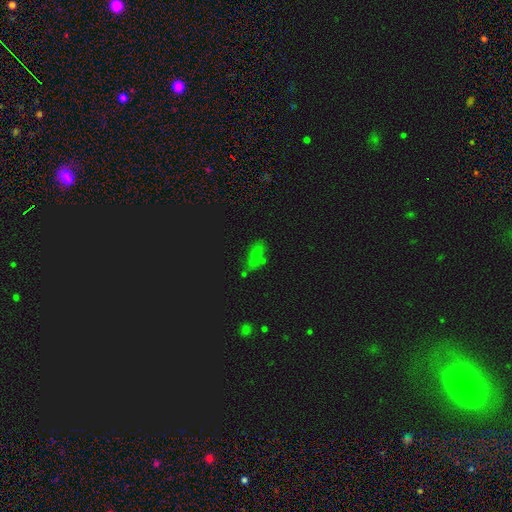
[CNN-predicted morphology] The model was most divided on "smooth or featured": smooth: 54%, star or artifact: 29%, featured or disk: 17%. More confident: how rounded — in between (76%); merging — none (63%).